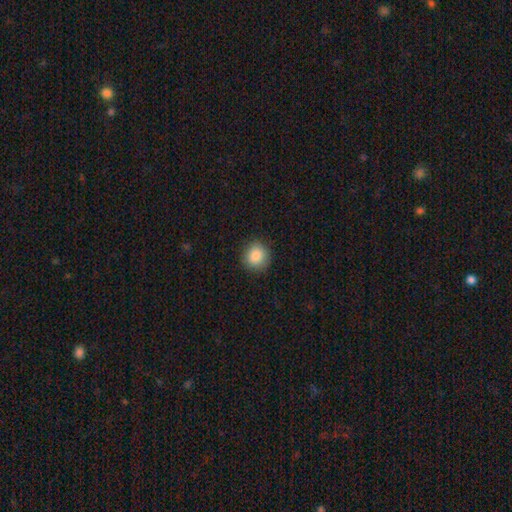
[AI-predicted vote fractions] smooth-or-featured: smooth: 87% | star or artifact: 9% | featured or disk: 5%
  how-rounded: round: 87% | in between: 12% | cigar-shaped: 1%
  merging: none: 88% | minor disturbance: 9% | major disturbance: 2% | merger: 1%